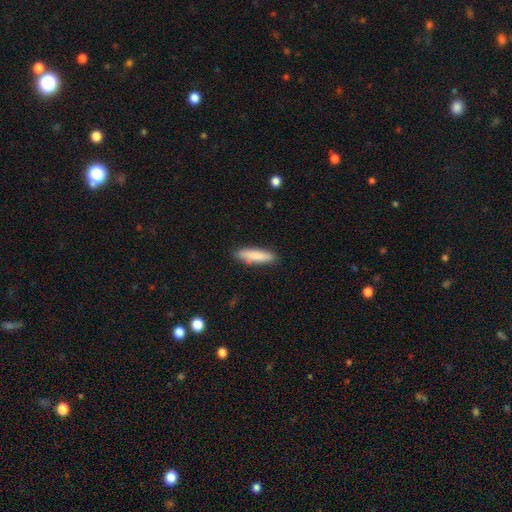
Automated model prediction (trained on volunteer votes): Smooth or featured: smooth — 86% (featured or disk — 9%)
How rounded: cigar-shaped — 73% (in between — 26%)
Merging: none — 87% (minor disturbance — 10%)